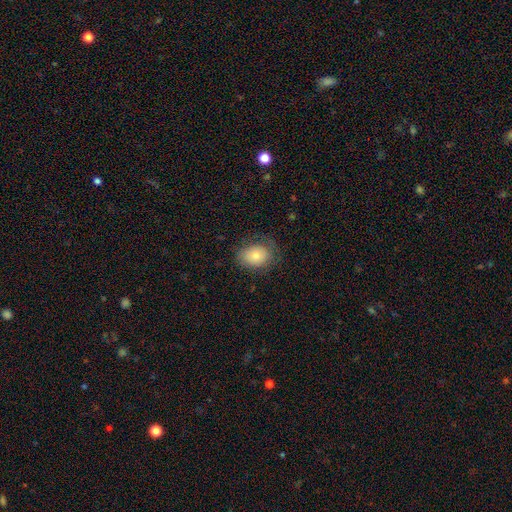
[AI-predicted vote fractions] This appears to be a smooth galaxy with no disk features (76%) that is in between round and cigar-shaped (62%). Merging: none (70%).